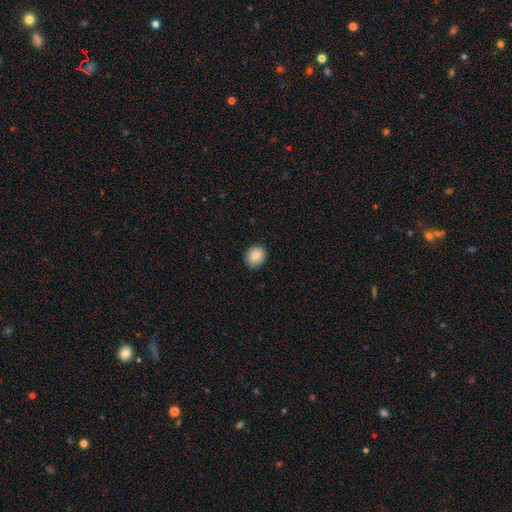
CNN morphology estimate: smooth-or-featured: smooth: 85% | star or artifact: 8% | featured or disk: 6%
  how-rounded: round: 70% | in between: 29% | cigar-shaped: 1%
  merging: none: 89% | minor disturbance: 8% | major disturbance: 2% | merger: 1%